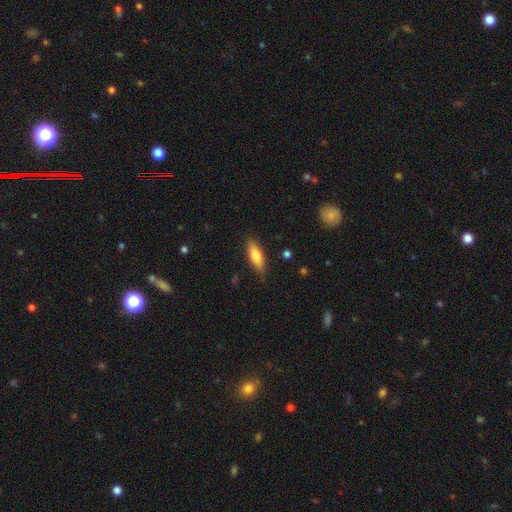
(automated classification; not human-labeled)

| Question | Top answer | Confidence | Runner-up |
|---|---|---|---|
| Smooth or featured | smooth | 78% | featured or disk (16%) |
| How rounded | in between | 55% | cigar-shaped (43%) |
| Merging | none | 84% | minor disturbance (12%) |